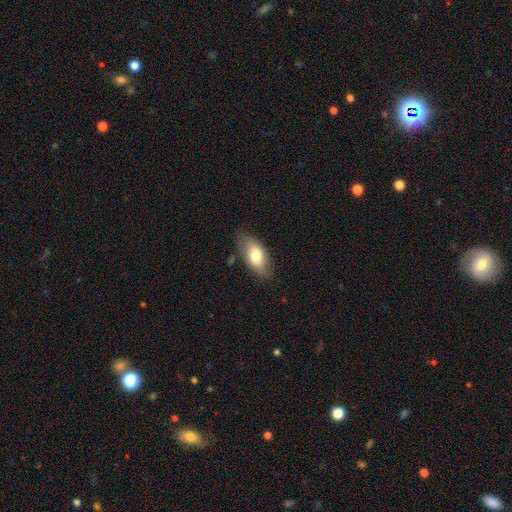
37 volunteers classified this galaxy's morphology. This is likely a smooth galaxy (68%). How rounded: clearly in between (96%). Merging: clearly none (83%).